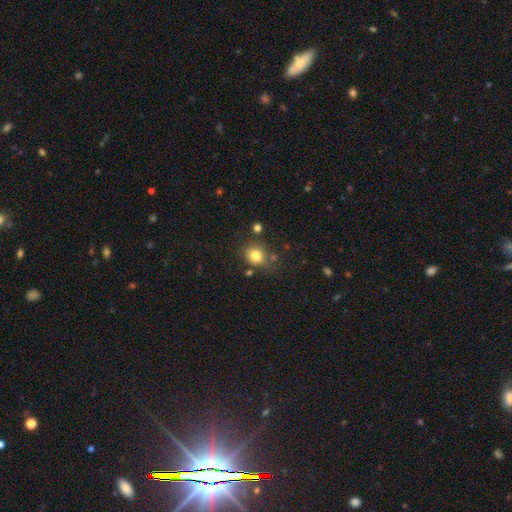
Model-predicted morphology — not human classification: Smooth or featured? Predicted: smooth (p=0.80). How rounded? Predicted: round (p=0.76). Merging? Predicted: none (p=0.73).